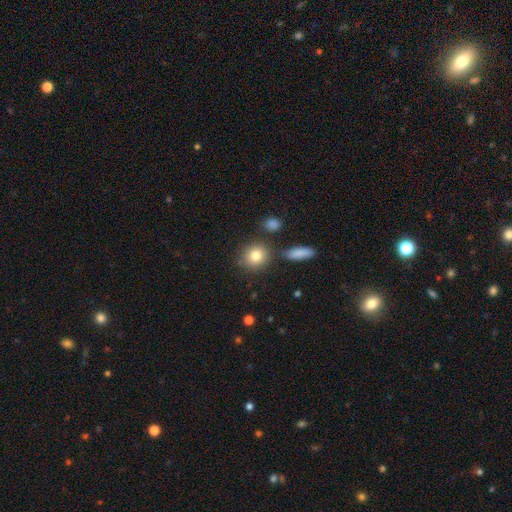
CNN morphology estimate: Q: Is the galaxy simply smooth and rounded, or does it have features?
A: smooth — 81%.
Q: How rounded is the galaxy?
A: round — 82%.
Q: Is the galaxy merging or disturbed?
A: none — 78%.